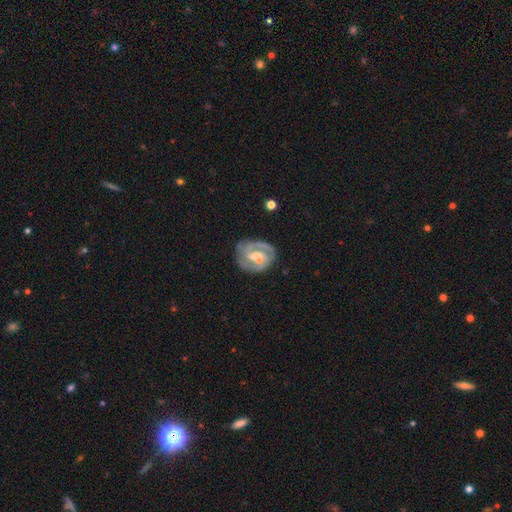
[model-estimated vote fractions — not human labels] A featured or disk galaxy (84%) with a weak bar (46%), 2 (66%) tight (53%) spiral arms (94%) and a moderate central bulge (48%).

Vote fractions:
- Smooth or featured? featured or disk: 84% / smooth: 10% / star or artifact: 5%
- Edge-on disk? no: 98% / yes: 2%
- Bar? weak: 46% / no: 30% / strong: 23%
- Spiral arms? yes: 94% / no: 6%
- Spiral winding? tight: 53% / medium: 38% / loose: 8%
- Spiral arm count? 2: 66% / 3: 12% / can't tell: 11% / 1: 6% / 4: 2% / more than 4: 2%
- Bulge size? moderate: 48% / small: 45% / none: 3% / large: 3% / dominant: 1%
- Merging? none: 65% / minor disturbance: 19% / major disturbance: 9% / merger: 7%